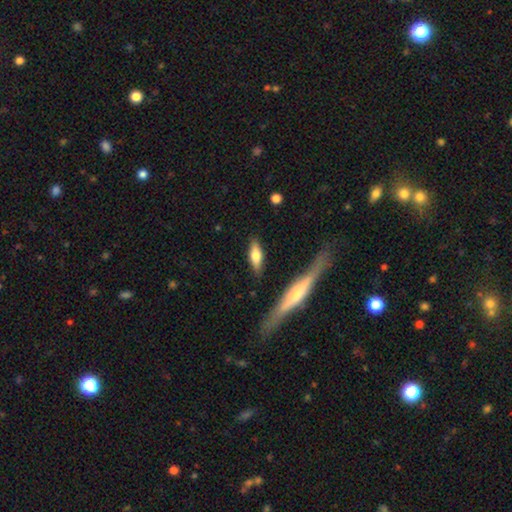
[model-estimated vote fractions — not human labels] Smooth or featured?
  - smooth: 65% *
  - featured or disk: 29%
  - star or artifact: 6%
How rounded?
  - in between: 57% *
  - cigar-shaped: 41%
  - round: 3%
Merging?
  - none: 81% *
  - minor disturbance: 13%
  - major disturbance: 3%
  - merger: 3%